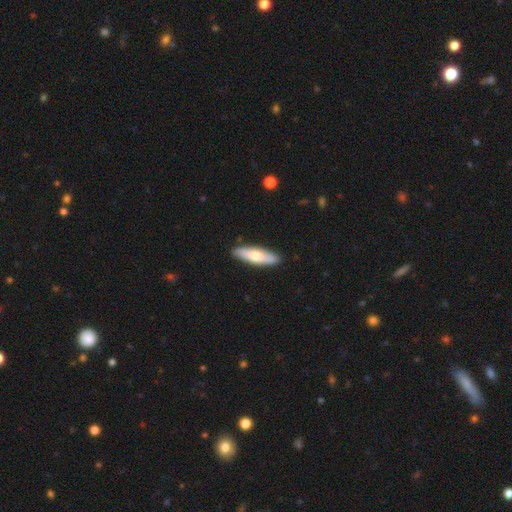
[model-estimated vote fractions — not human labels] The model was most divided on "how rounded": cigar-shaped: 59%, in between: 39%, round: 2%. More confident: merging — none (89%); smooth or featured — smooth (63%).